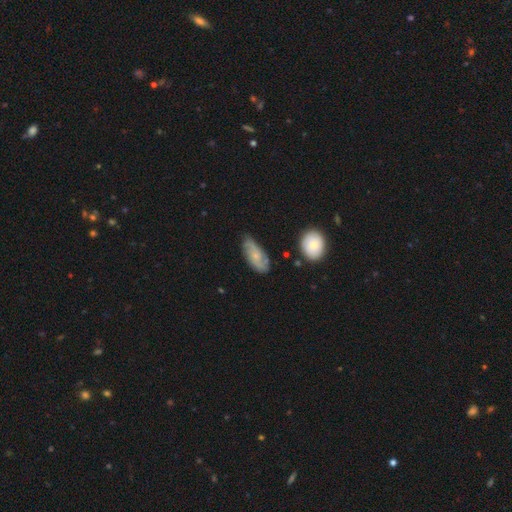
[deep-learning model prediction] smooth-or-featured: featured or disk: 52% | smooth: 41% | star or artifact: 7%
  disk-edge-on: no: 91% | yes: 9%
  merging: none: 62% | minor disturbance: 28% | major disturbance: 7% | merger: 3%